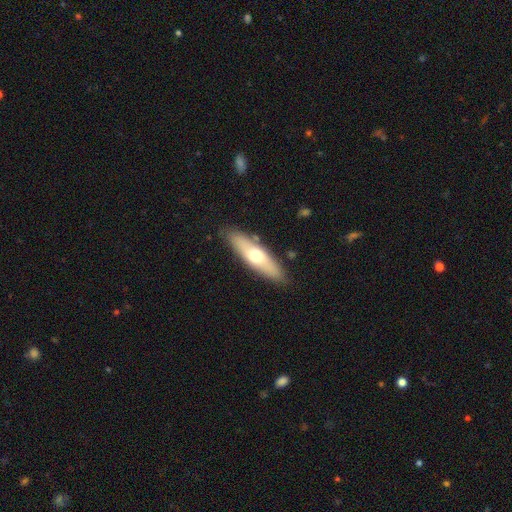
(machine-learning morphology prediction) Overall: smooth (55%; featured or disk 39%). How rounded: cigar-shaped (54%; in between 44%). Merging: none (85%).